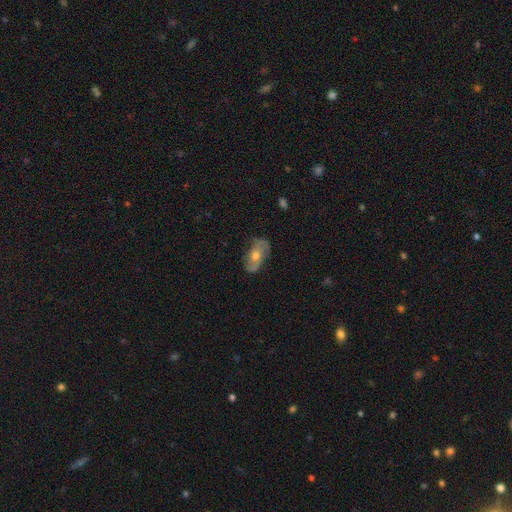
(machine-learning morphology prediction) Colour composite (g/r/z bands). It shows a featured or disk galaxy (66%) with no bar (68%), spiral arms (76%) and a moderate central bulge (70%). Merging: none (75%).